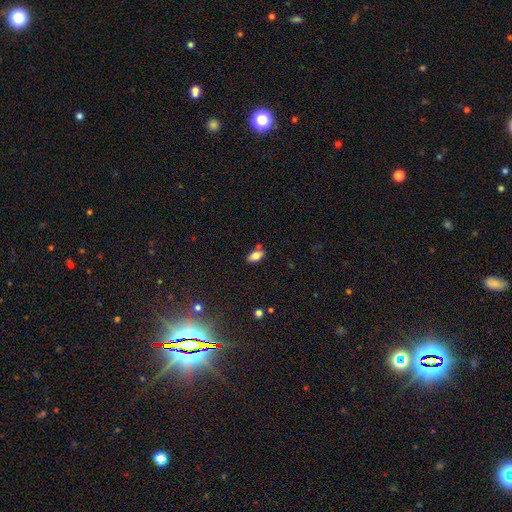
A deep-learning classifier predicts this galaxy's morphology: Overall: smooth (77%). How rounded: in between (90%). Merging: none (75%).